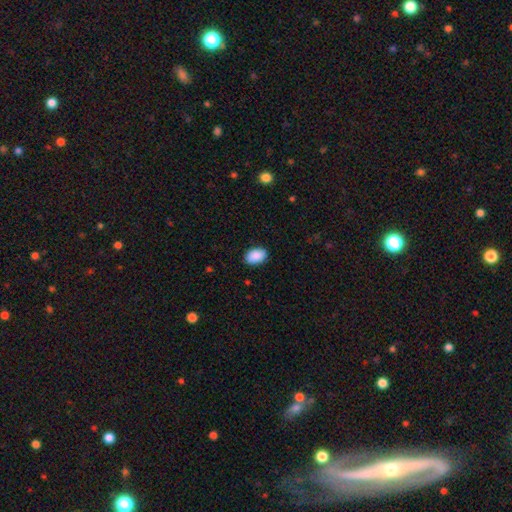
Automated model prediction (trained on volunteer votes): Morphology: type=smooth (90%); roundness=in between (88%); merging=none (88%).